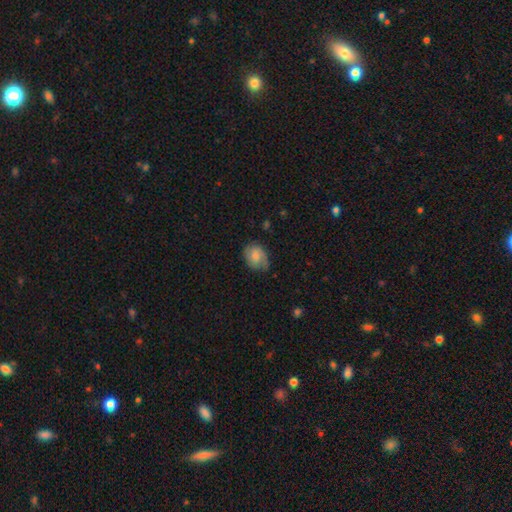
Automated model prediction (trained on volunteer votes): The model was most divided on "how rounded": in between: 56%, round: 43%, cigar-shaped: 1%. More confident: smooth or featured — smooth (72%); merging — none (64%).